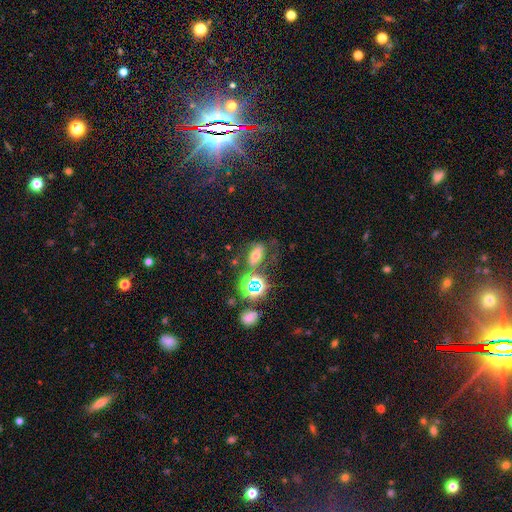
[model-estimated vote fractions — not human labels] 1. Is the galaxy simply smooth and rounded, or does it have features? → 48% smooth, 29% star or artifact, 22% featured or disk.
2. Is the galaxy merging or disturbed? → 57% none, 19% minor disturbance, 13% merger, 12% major disturbance.